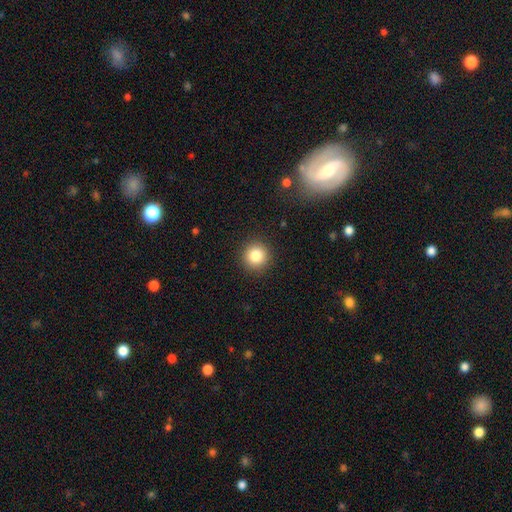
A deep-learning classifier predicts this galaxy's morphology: Smooth or featured?
  - smooth: 83% *
  - star or artifact: 11%
  - featured or disk: 6%
How rounded?
  - round: 94% *
  - in between: 5%
  - cigar-shaped: 1%
Merging?
  - none: 91% *
  - minor disturbance: 6%
  - major disturbance: 2%
  - merger: 1%